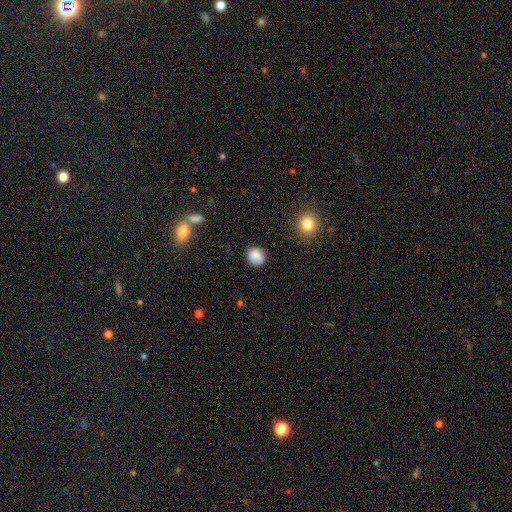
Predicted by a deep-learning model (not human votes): This appears to be a smooth galaxy with no disk features (86%) that is round (66%). Merging: none (78%).